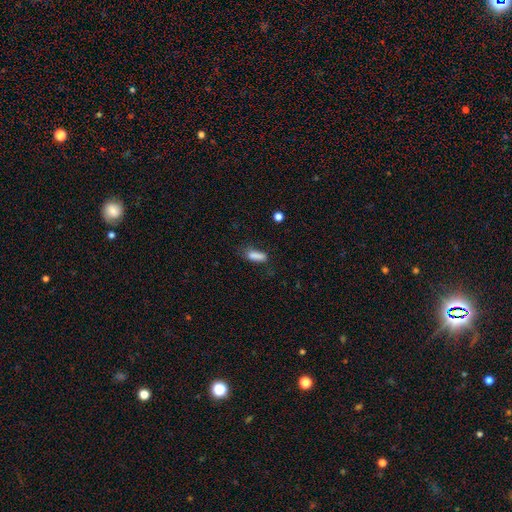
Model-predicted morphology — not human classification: This is clearly a smooth galaxy (83%). How rounded: likely in between (65%). Merging: possibly none (55%).